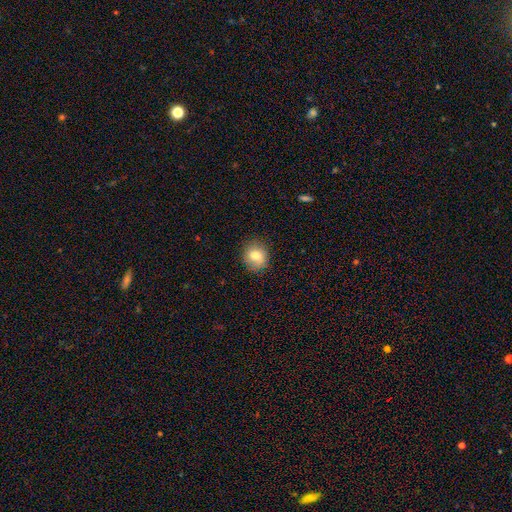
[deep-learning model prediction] Smooth or featured: smooth — 78% (featured or disk — 12%)
How rounded: round — 79% (in between — 20%)
Merging: none — 86% (minor disturbance — 10%)